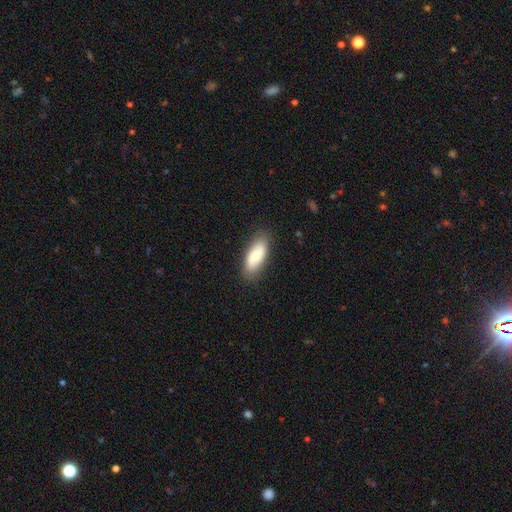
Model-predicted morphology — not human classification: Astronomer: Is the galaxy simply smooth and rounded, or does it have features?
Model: smooth — 72%.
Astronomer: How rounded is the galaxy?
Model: in between — 82%.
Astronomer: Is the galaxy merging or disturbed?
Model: none — 84%.